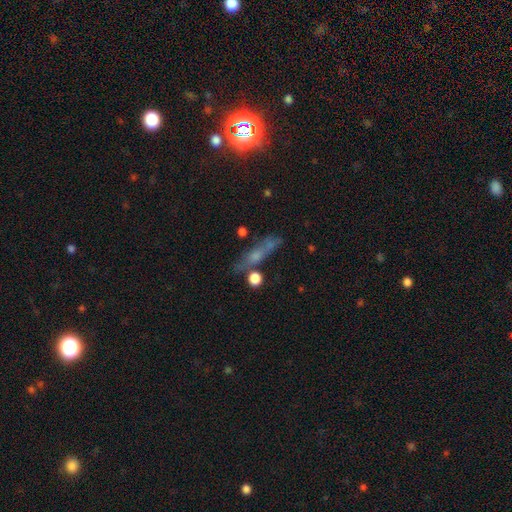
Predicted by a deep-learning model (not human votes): Smooth or featured? smooth (40%)
Merging? none (59%)